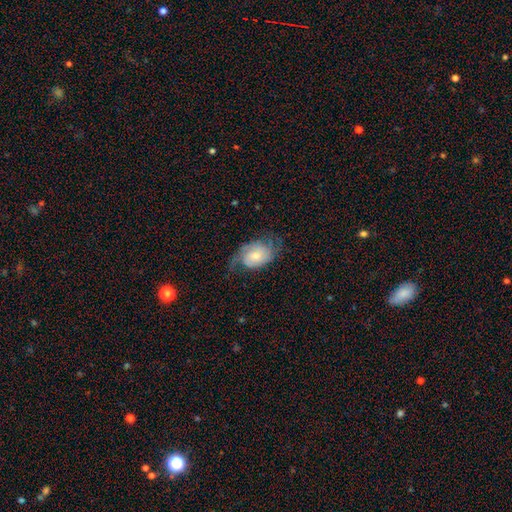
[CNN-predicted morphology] The model was most divided on "spiral winding": loose: 39%, medium: 38%, tight: 24%. Remaining: edge-on disk — no (96%); spiral arms — yes (90%); bar — no (72%); smooth or featured — featured or disk (68%); spiral arm count — 2 (59%); merging — none (51%); bulge size — small (48%).